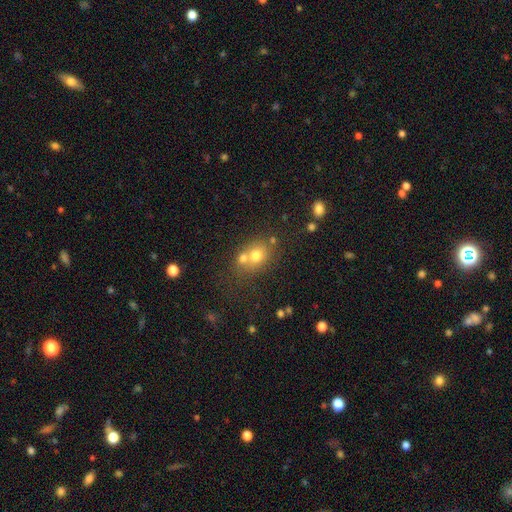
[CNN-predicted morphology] A smooth galaxy with no disk features (69%) that is round (60%).

Vote fractions:
- Smooth or featured? smooth: 69% / featured or disk: 17% / star or artifact: 14%
- How rounded? round: 60% / in between: 39% / cigar-shaped: 1%
- Merging? merger: 46% / none: 41% / minor disturbance: 9% / major disturbance: 4%